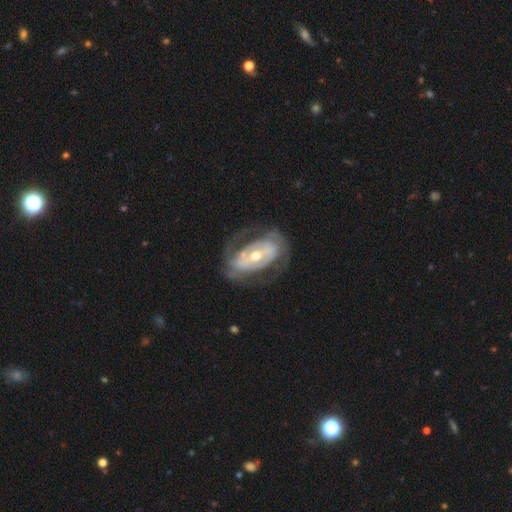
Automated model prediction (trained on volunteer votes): featured or disk 82%, smooth 13%, star or artifact 5%. Down the decision tree: edge-on disk — no (95%); bar — strong (34%, tied with no); spiral arms — yes (78%); spiral arm count — 2 (63%); spiral winding — tight (45%); bulge size — moderate (61%); merging — none (64%).